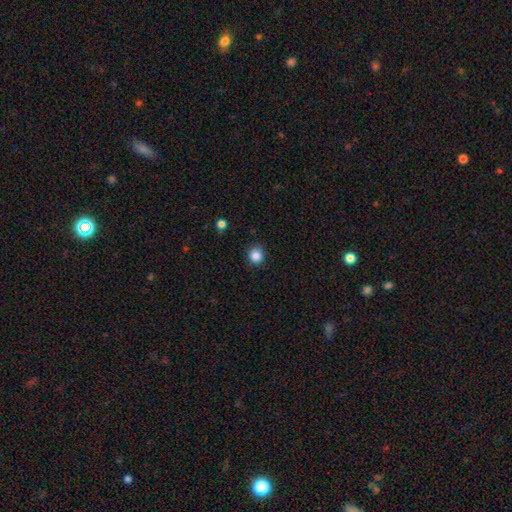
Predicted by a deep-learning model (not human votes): Smooth or featured: smooth — 86% (star or artifact — 11%)
How rounded: round — 92% (in between — 7%)
Merging: none — 90% (minor disturbance — 7%)